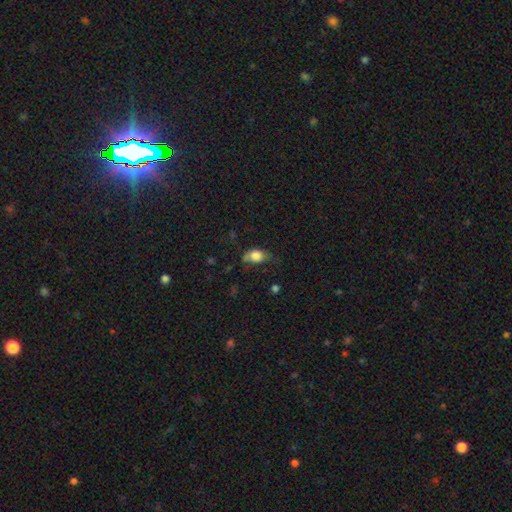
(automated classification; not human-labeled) This is clearly a smooth galaxy (80%). How rounded: likely in between (77%). Merging: marginally none (42%).